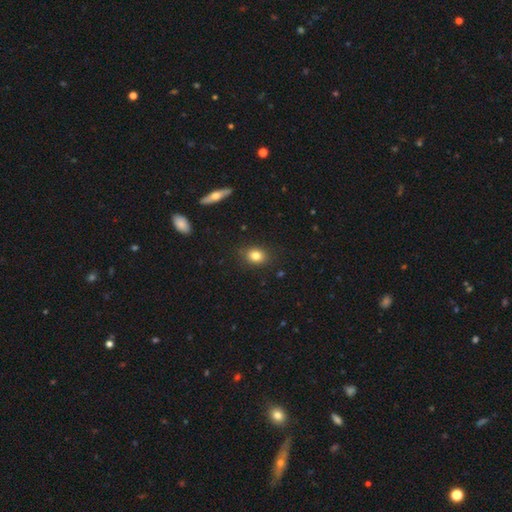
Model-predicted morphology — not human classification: type=smooth (82%); roundness=in between (57%); merging=none (87%).